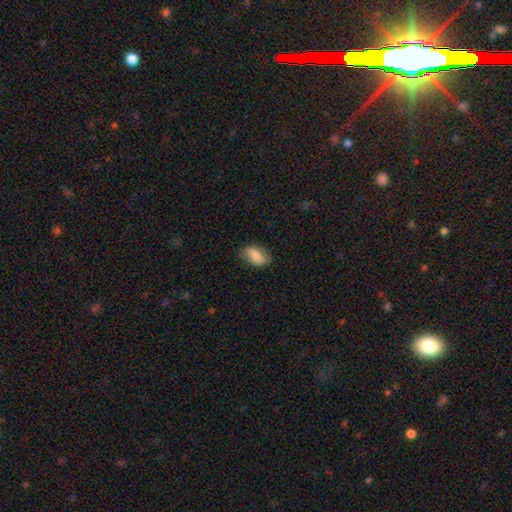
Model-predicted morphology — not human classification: The model was most divided on "smooth or featured": smooth: 75%, featured or disk: 18%, star or artifact: 7%. More confident: how rounded — in between (89%); merging — none (77%).